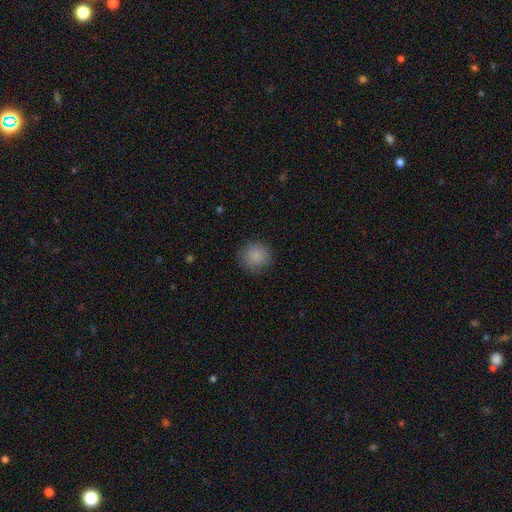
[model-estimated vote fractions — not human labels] The model was most divided on "merging": none: 86%, minor disturbance: 10%, major disturbance: 3%, merger: 1%. More confident: how rounded — round (92%); smooth or featured — smooth (87%).